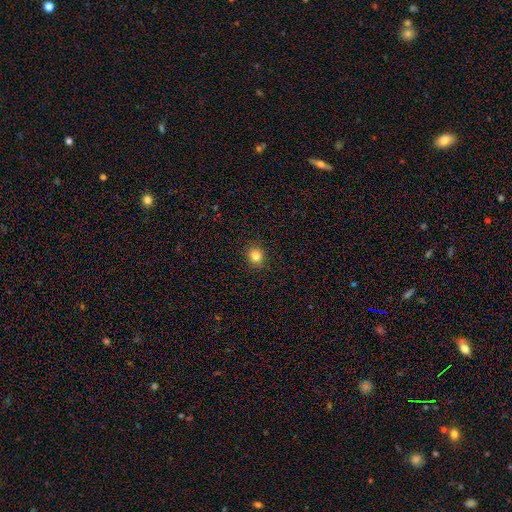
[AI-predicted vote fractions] The model was most divided on "how rounded": round: 83%, in between: 17%, cigar-shaped: 1%. More confident: merging — none (91%); smooth or featured — smooth (83%).